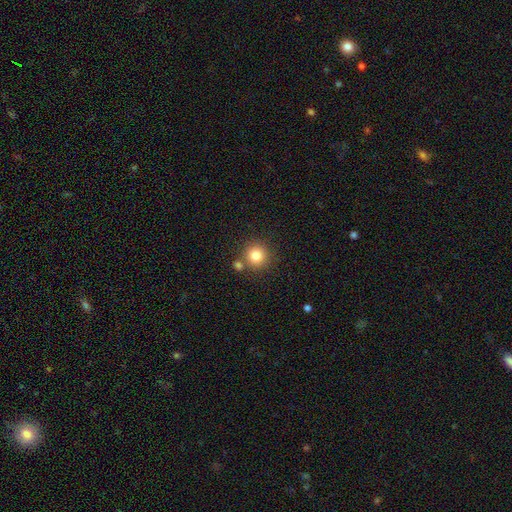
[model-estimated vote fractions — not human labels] Q: Smooth or featured?
A: smooth (82%); runner-up: star or artifact (11%)
Q: How rounded?
A: round (93%); runner-up: in between (6%)
Q: Merging?
A: none (75%); runner-up: merger (14%)